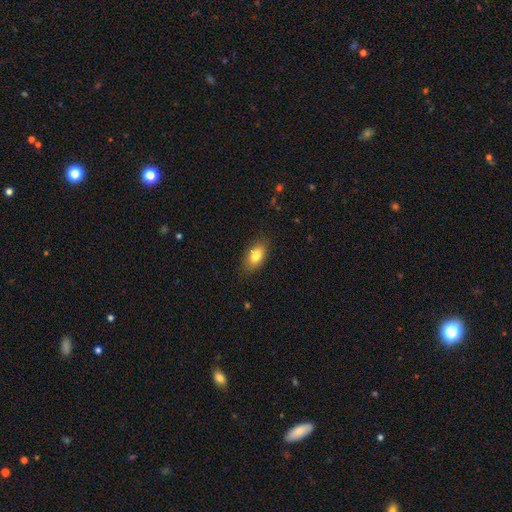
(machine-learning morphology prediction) This is clearly a smooth galaxy (81%). How rounded: clearly in between (87%). Merging: clearly none (84%).